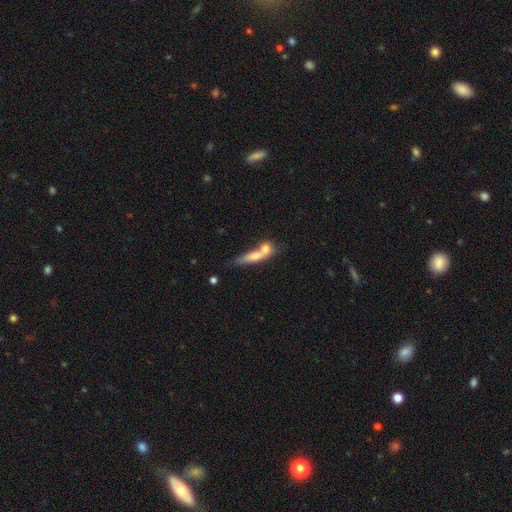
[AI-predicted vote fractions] smooth 65%, featured or disk 27%, star or artifact 8%. Down the decision tree: how rounded — cigar-shaped (62%); merging — merger (52%).